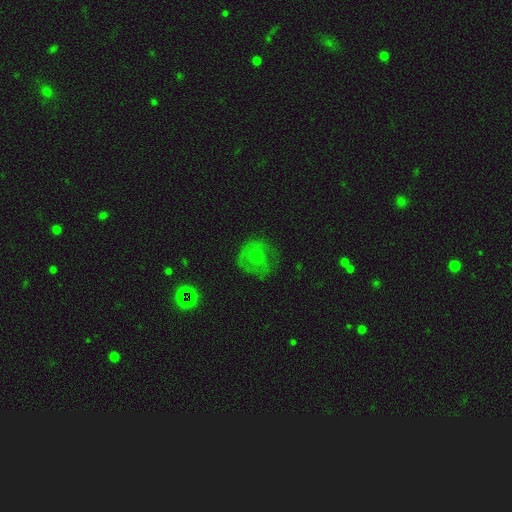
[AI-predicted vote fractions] Smooth or featured? Predicted: smooth (p=0.47). Merging? Predicted: none (p=0.58).